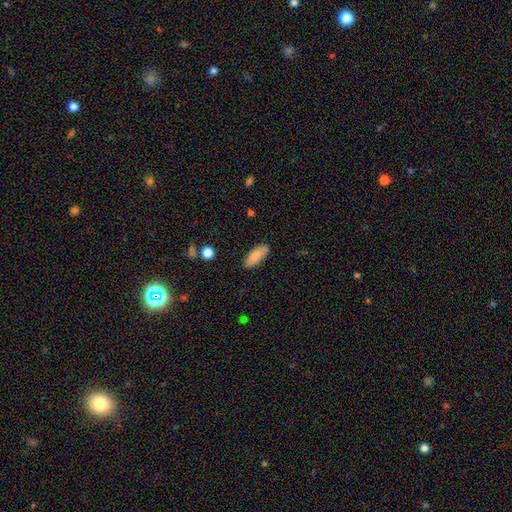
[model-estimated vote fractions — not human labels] A smooth galaxy with no disk features (84%) that is in between round and cigar-shaped (75%). Merging: none (84%).